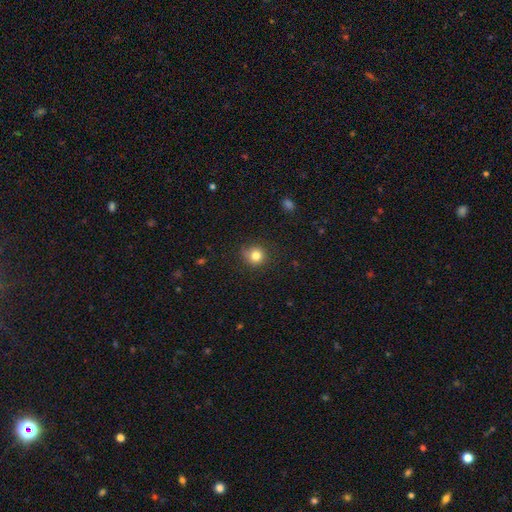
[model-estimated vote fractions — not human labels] A smooth galaxy with no disk features (81%) that is round (89%). Merging: none (80%).